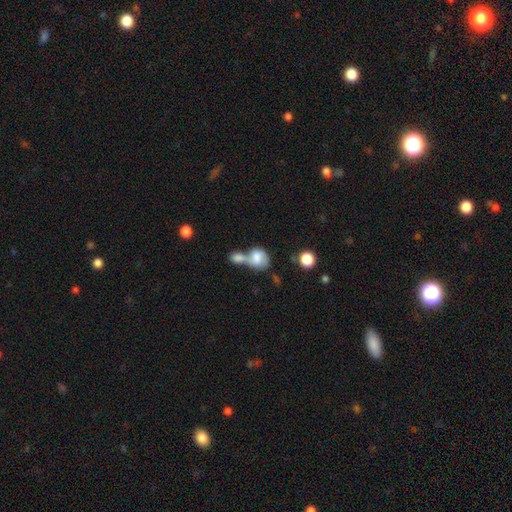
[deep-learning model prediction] Smooth or featured?
  - smooth: 70% *
  - featured or disk: 22%
  - star or artifact: 8%
How rounded?
  - in between: 60% *
  - round: 37%
  - cigar-shaped: 2%
Merging?
  - merger: 73% *
  - none: 14%
  - minor disturbance: 7%
  - major disturbance: 6%